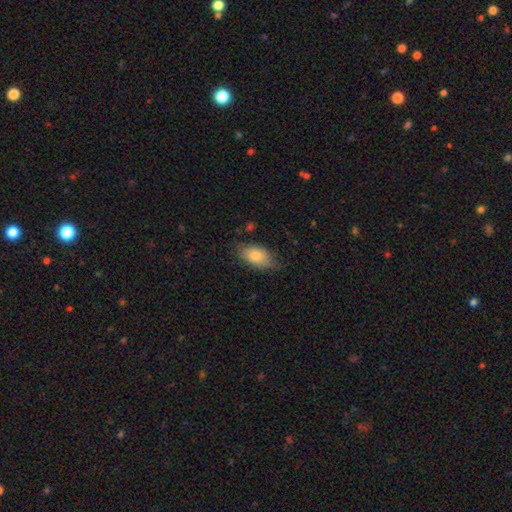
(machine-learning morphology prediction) type=smooth (80%); roundness=in between (91%); merging=none (69%).